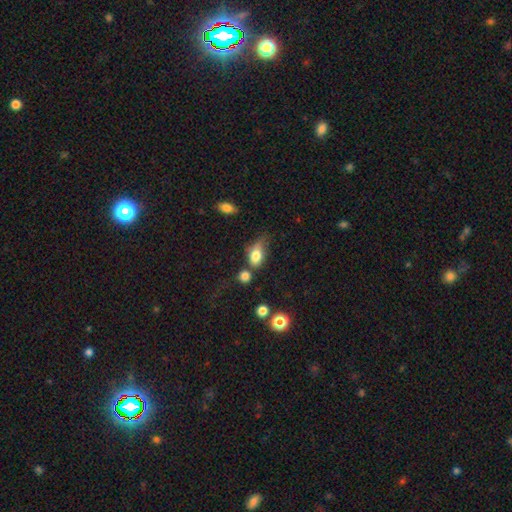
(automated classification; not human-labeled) Smooth or featured: smooth — 79% (featured or disk — 12%)
How rounded: in between — 80% (round — 16%)
Merging: minor disturbance — 33% (none — 30%)